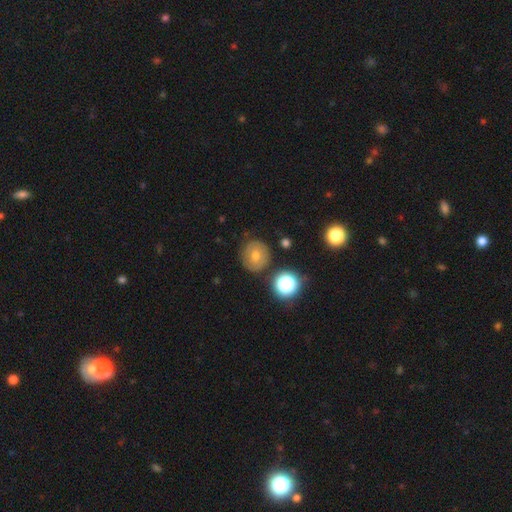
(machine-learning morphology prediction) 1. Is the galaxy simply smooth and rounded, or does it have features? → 55% smooth, 29% featured or disk, 16% star or artifact.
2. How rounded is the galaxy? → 89% round, 10% in between, 1% cigar-shaped.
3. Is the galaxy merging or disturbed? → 82% none, 11% minor disturbance, 3% major disturbance, 3% merger.